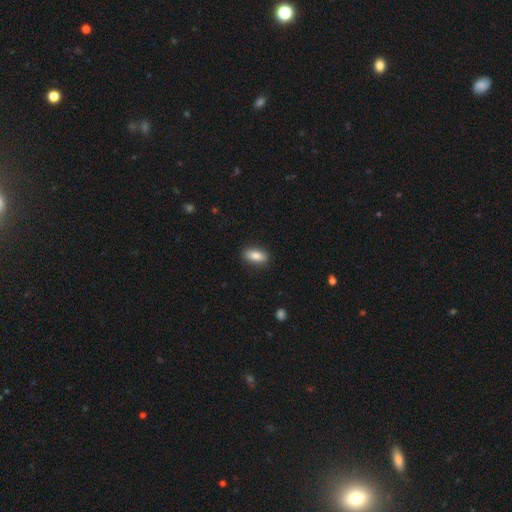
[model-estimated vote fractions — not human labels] This is clearly a smooth galaxy (85%). How rounded: clearly in between (81%). Merging: clearly none (88%).